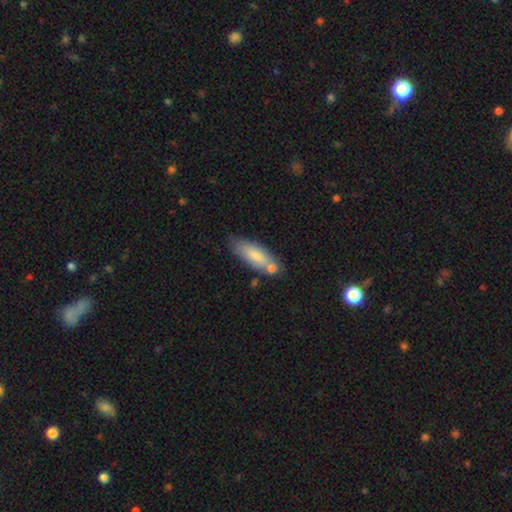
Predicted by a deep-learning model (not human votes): Morphology: type=smooth (77%); roundness=in between (60%); merging=none (61%).